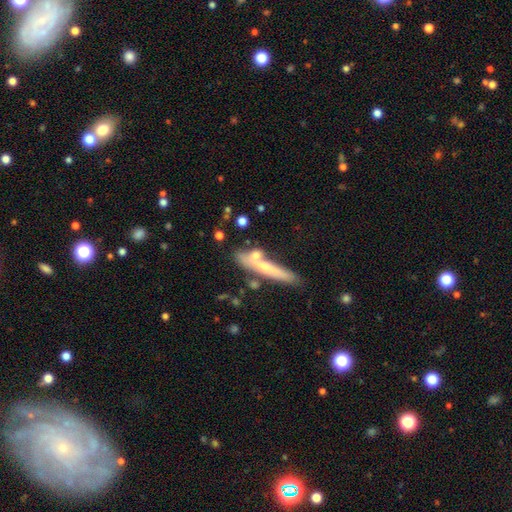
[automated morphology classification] The model was most divided on "smooth or featured": smooth: 57%, featured or disk: 36%, star or artifact: 7%. More confident: how rounded — cigar-shaped (79%); merging — none (54%).